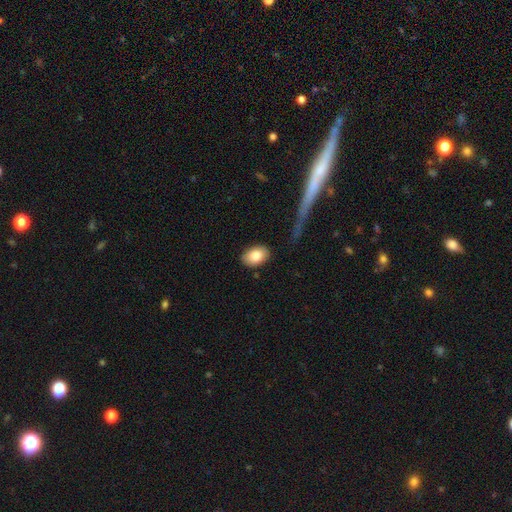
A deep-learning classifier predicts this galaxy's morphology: Smooth or featured? Predicted: smooth (p=0.86). How rounded? Predicted: in between (p=0.84). Merging? Predicted: none (p=0.86).